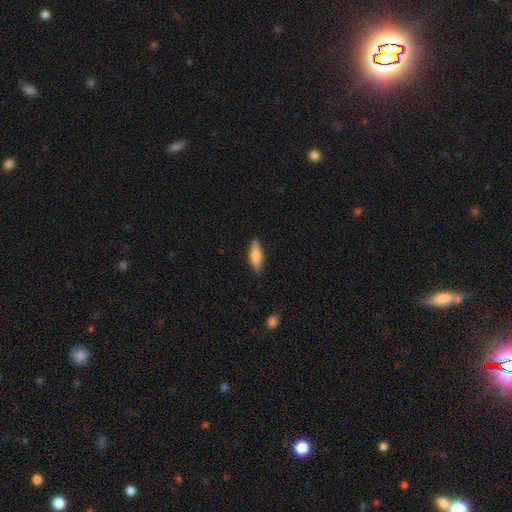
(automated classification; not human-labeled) Overall: smooth (73%). How rounded: cigar-shaped (58%; in between 40%). Merging: none (87%).